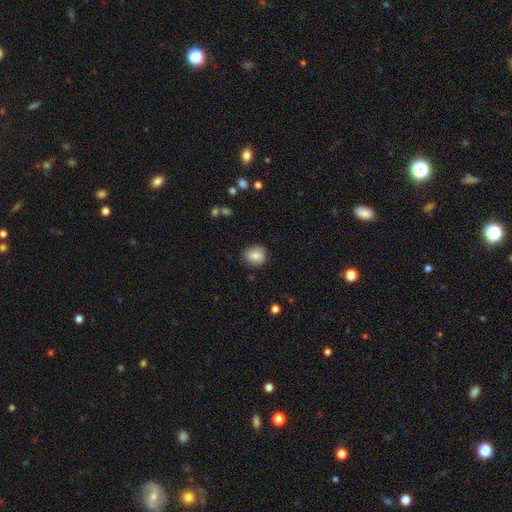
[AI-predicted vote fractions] The model was most divided on "how rounded": round: 72%, in between: 27%, cigar-shaped: 1%. More confident: smooth or featured — smooth (84%); merging — none (81%).